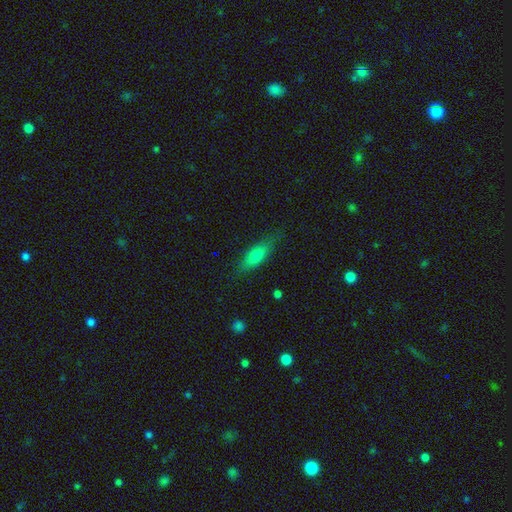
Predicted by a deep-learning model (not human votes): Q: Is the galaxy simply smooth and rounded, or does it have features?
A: smooth — 78%.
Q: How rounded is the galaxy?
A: in between — 63%.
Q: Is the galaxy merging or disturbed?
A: none — 74%.